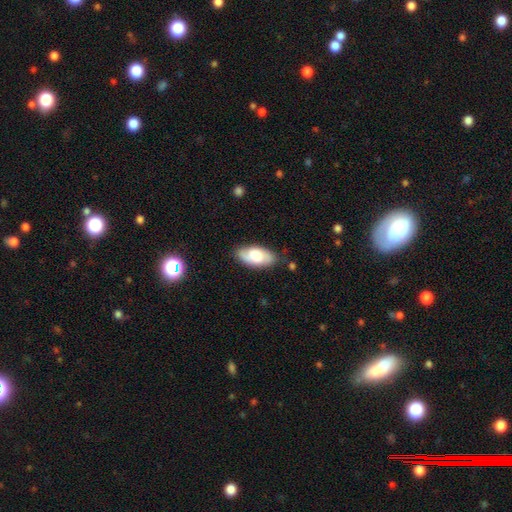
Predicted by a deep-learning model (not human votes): smooth-or-featured: smooth: 63% | featured or disk: 30% | star or artifact: 7%
  how-rounded: in between: 92% | cigar-shaped: 5% | round: 2%
  merging: none: 76% | minor disturbance: 18% | major disturbance: 4% | merger: 2%